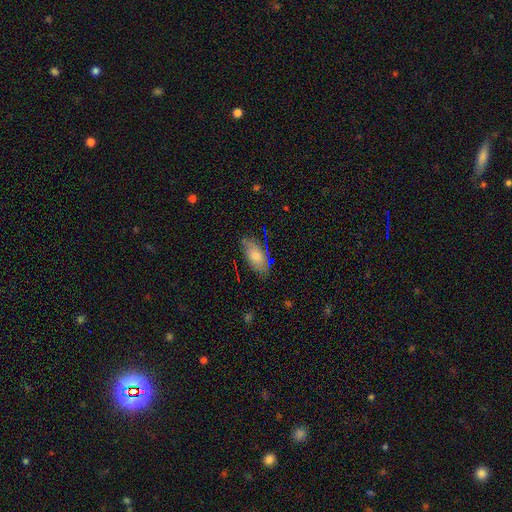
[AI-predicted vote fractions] This appears to be a smooth galaxy with no disk features (62%) that is in between round and cigar-shaped (88%). Merging: none (77%).